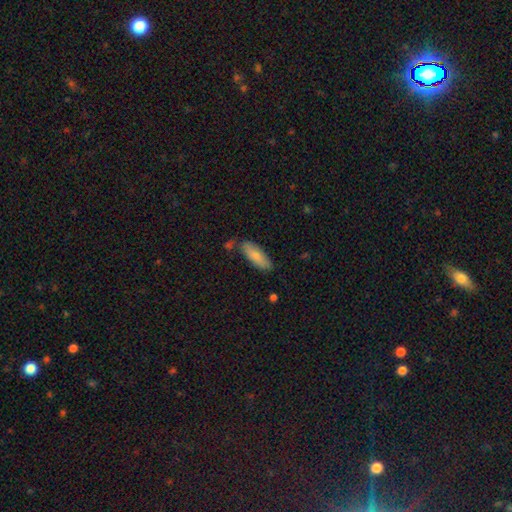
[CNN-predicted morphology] Smooth or featured? Predicted: smooth (p=0.82). How rounded? Predicted: in between (p=0.64). Merging? Predicted: none (p=0.72).